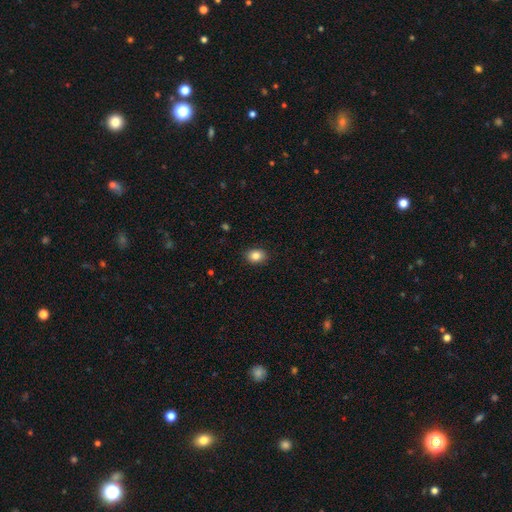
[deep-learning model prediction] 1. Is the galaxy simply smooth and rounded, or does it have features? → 85% smooth, 9% star or artifact, 6% featured or disk.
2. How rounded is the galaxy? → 56% in between, 43% round, 1% cigar-shaped.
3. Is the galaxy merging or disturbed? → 90% none, 7% minor disturbance, 2% major disturbance, 1% merger.